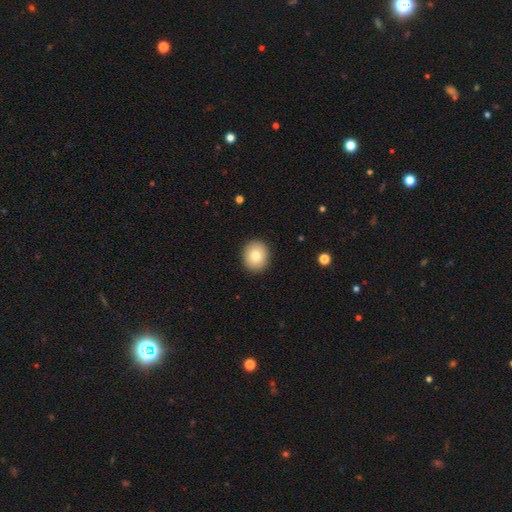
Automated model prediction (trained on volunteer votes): smooth_or_featured: smooth (p=0.80) [alt: featured or disk p=0.11]
how_rounded: round (p=0.77) [alt: in between p=0.22]
merging: none (p=0.91) [alt: minor disturbance p=0.07]